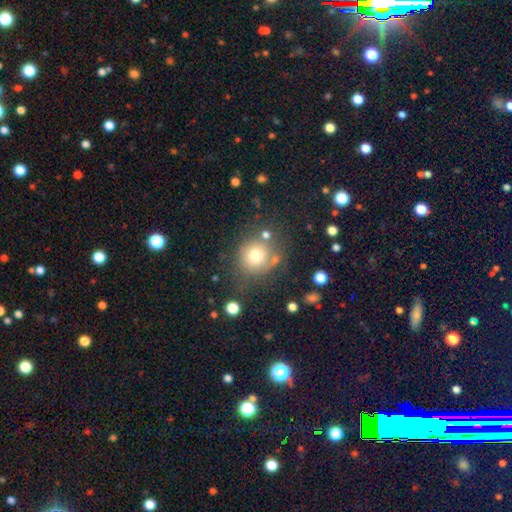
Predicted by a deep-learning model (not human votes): A smooth galaxy with no disk features (73%) that is round (85%).

Vote fractions:
- Smooth or featured? smooth: 73% / star or artifact: 14% / featured or disk: 13%
- How rounded? round: 85% / in between: 14% / cigar-shaped: 1%
- Merging? none: 69% / minor disturbance: 14% / merger: 9% / major disturbance: 7%